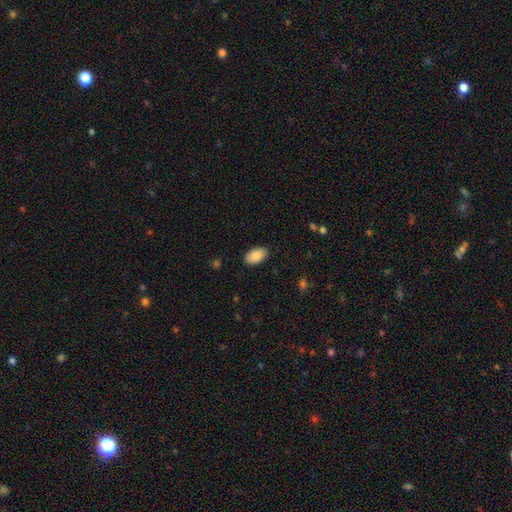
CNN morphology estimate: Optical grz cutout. It shows a smooth galaxy with no disk features (88%) that is in between round and cigar-shaped (95%). Merging: none (88%).